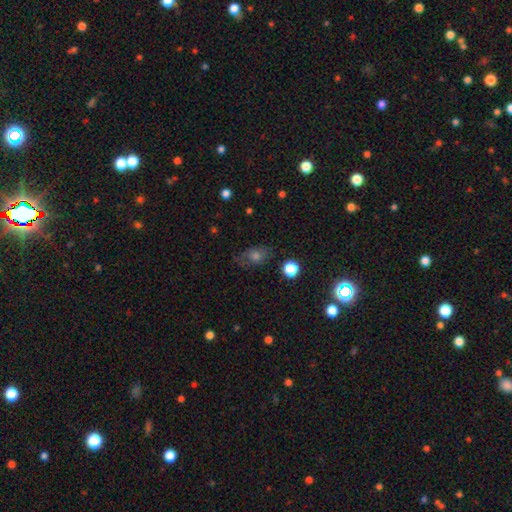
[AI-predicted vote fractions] A smooth galaxy with no disk features (53%) that is in between round and cigar-shaped (67%).

Vote fractions:
- Smooth or featured? smooth: 53% / star or artifact: 25% / featured or disk: 22%
- How rounded? in between: 67% / round: 30% / cigar-shaped: 3%
- Merging? none: 71% / minor disturbance: 19% / major disturbance: 8% / merger: 2%